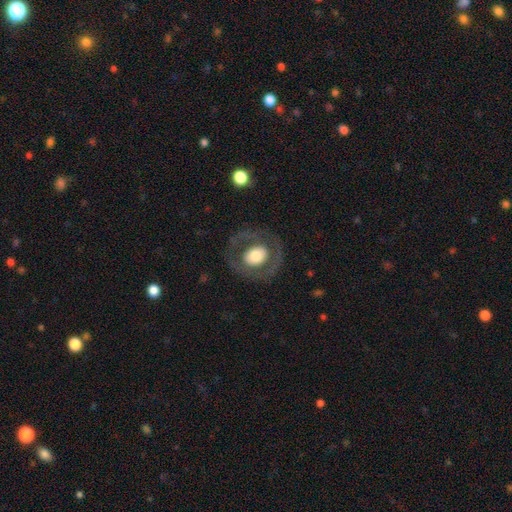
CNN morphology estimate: Smooth or featured? Predicted: smooth (p=0.49). Merging? Predicted: none (p=0.77).